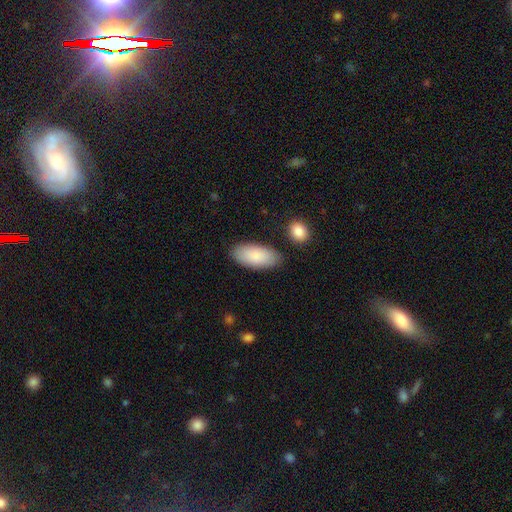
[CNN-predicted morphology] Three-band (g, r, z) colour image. It shows a smooth galaxy with no disk features (87%) that is in between round and cigar-shaped (92%). Merging: none (83%).